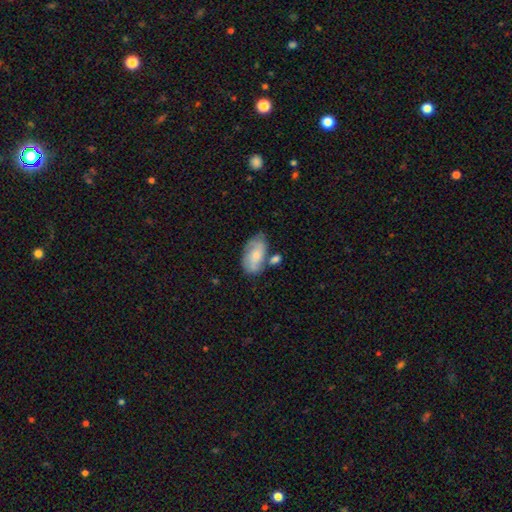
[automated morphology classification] Smooth or featured? smooth (57%)
How rounded? in between (91%)
Merging? none (50%)